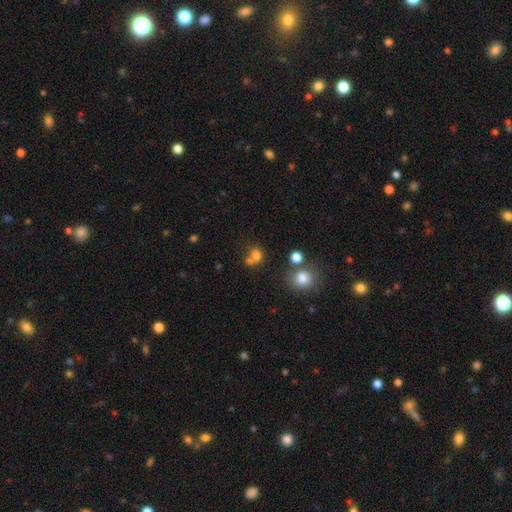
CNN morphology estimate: This appears to be a smooth galaxy with no disk features (73%) that is round (64%). Merging: none (43%).